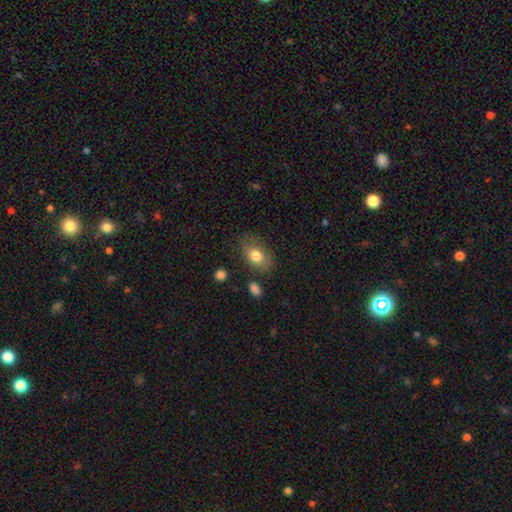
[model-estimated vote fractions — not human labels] Overall: smooth (77%). How rounded: in between (80%). Merging: none (67%).